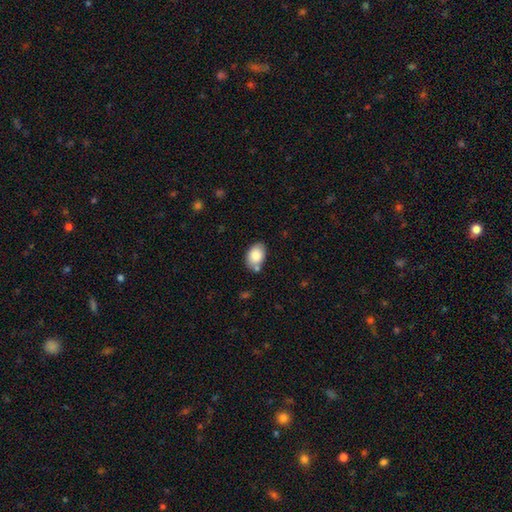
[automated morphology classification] Overall: smooth (84%). How rounded: in between (85%). Merging: none (70%).